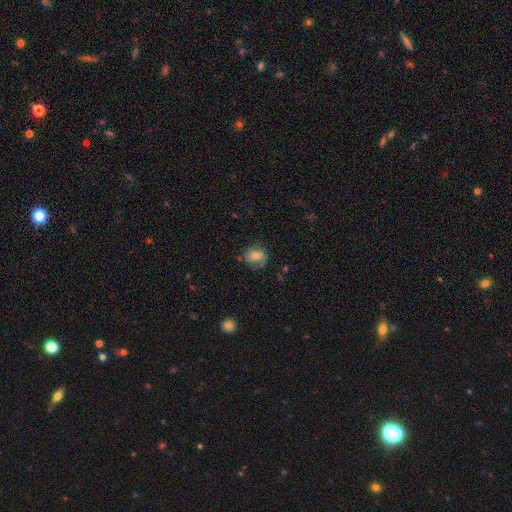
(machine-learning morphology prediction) A smooth galaxy with no disk features (61%) that is round (58%).

Vote fractions:
- Smooth or featured? smooth: 61% / featured or disk: 30% / star or artifact: 9%
- How rounded? round: 58% / in between: 41% / cigar-shaped: 1%
- Merging? none: 61% / minor disturbance: 24% / major disturbance: 13% / merger: 2%